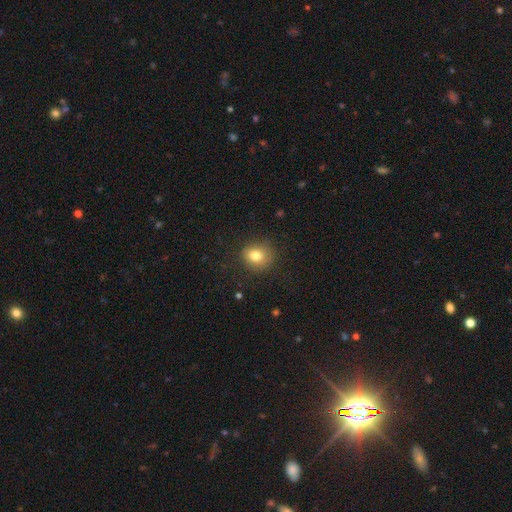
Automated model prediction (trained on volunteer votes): This appears to be a smooth galaxy with no disk features (80%) that is round (75%). Merging: none (83%).